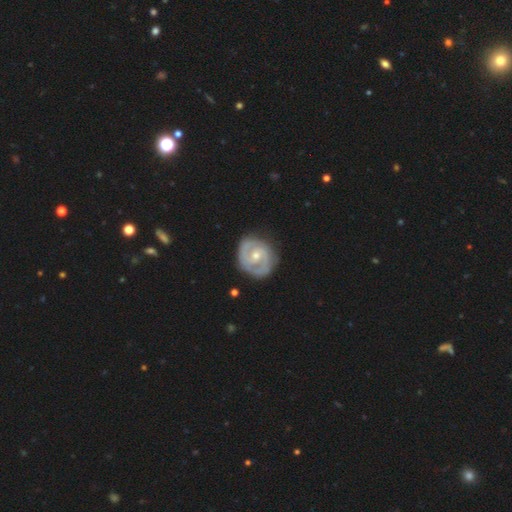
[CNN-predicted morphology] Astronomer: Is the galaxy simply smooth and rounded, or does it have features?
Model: featured or disk — 88%.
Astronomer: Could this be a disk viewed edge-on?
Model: no — 98%.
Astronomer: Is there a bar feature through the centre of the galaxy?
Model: no — 50% (runner-up: weak, 40%).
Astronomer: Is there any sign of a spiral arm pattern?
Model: yes — 96%.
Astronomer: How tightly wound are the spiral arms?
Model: tight — 63%.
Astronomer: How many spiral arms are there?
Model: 2 — 77%.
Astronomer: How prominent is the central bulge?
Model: moderate — 53% (runner-up: small, 44%).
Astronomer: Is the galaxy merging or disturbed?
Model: none — 80%.